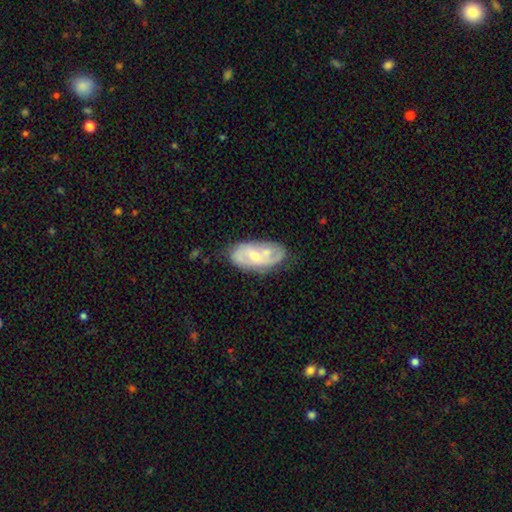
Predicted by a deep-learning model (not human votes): Q: Smooth or featured?
A: featured or disk (68%); runner-up: smooth (26%)
Q: Edge-on disk?
A: no (94%); runner-up: yes (6%)
Q: Bar?
A: no (55%); runner-up: weak (36%)
Q: Spiral arms?
A: yes (82%); runner-up: no (18%)
Q: Spiral winding?
A: medium (43%); runner-up: tight (37%)
Q: Spiral arm count?
A: 2 (52%); runner-up: can't tell (26%)
Q: Bulge size?
A: moderate (50%); runner-up: small (44%)
Q: Merging?
A: none (63%); runner-up: minor disturbance (23%)